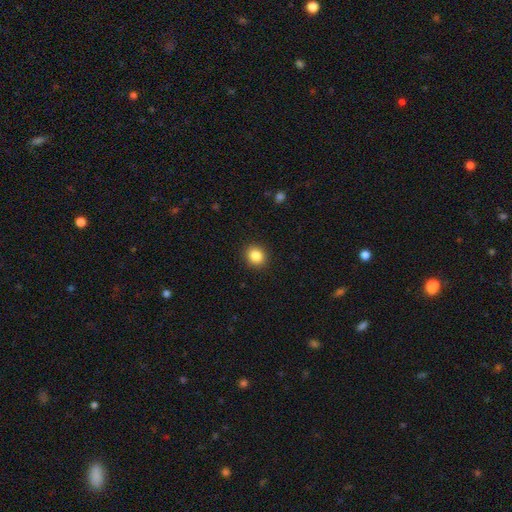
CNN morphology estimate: type=smooth (86%); roundness=round (77%); merging=none (91%).